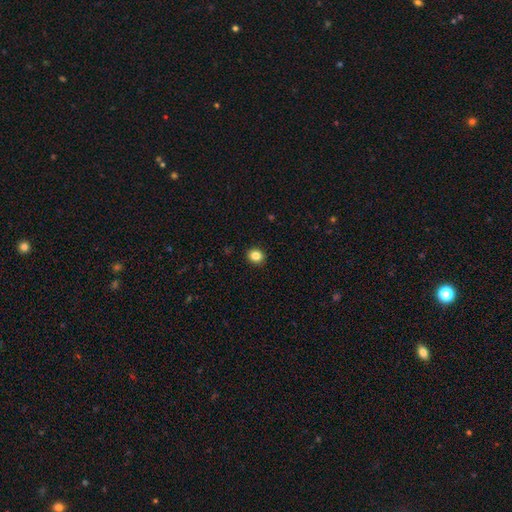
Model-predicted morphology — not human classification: Smooth or featured? Predicted: smooth (p=0.84). How rounded? Predicted: round (p=0.75). Merging? Predicted: none (p=0.92).